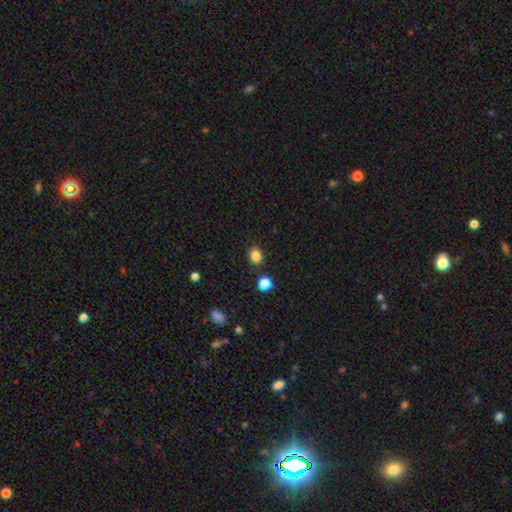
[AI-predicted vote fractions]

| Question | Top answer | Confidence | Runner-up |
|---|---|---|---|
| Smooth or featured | smooth | 84% | star or artifact (12%) |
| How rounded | round | 59% | in between (40%) |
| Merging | none | 85% | minor disturbance (8%) |